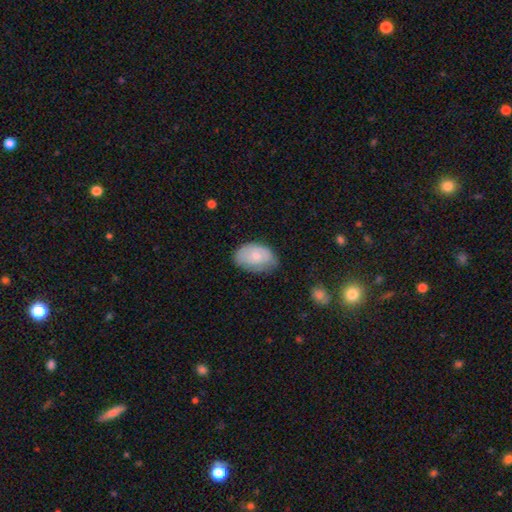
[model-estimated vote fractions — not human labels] A smooth galaxy with no disk features (71%) that is in between round and cigar-shaped (89%).

Vote fractions:
- Smooth or featured? smooth: 71% / featured or disk: 23% / star or artifact: 6%
- How rounded? in between: 89% / round: 10% / cigar-shaped: 1%
- Merging? none: 62% / minor disturbance: 30% / major disturbance: 6% / merger: 1%